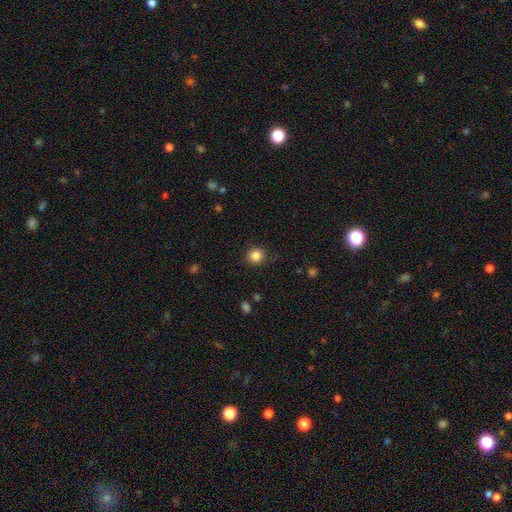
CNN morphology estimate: smooth-or-featured: smooth: 85% | star or artifact: 11% | featured or disk: 4%
  how-rounded: round: 90% | in between: 9% | cigar-shaped: 1%
  merging: none: 89% | minor disturbance: 8% | major disturbance: 3% | merger: 1%